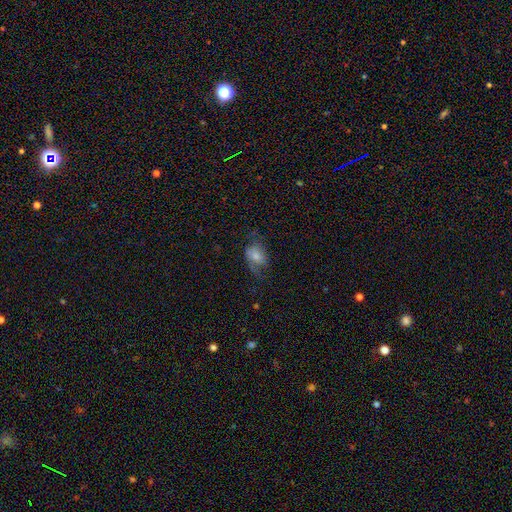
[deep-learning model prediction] smooth 63%, featured or disk 27%, star or artifact 10%. Down the decision tree: how rounded — in between (79%); merging — none (46%).